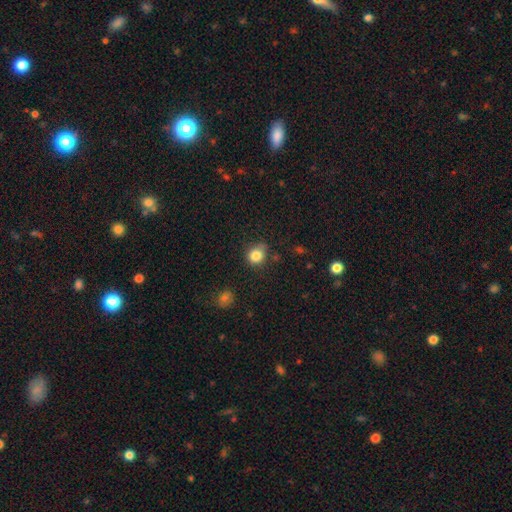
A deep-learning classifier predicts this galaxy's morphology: The model was most divided on "merging": none: 68%, minor disturbance: 24%, major disturbance: 5%, merger: 3%. More confident: smooth or featured — smooth (83%); how rounded — round (77%).